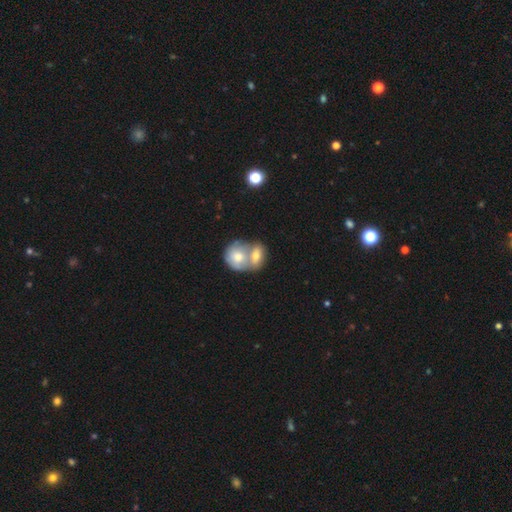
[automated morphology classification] smooth 68%, featured or disk 25%, star or artifact 7%. Down the decision tree: how rounded — in between (55%); merging — merger (75%).